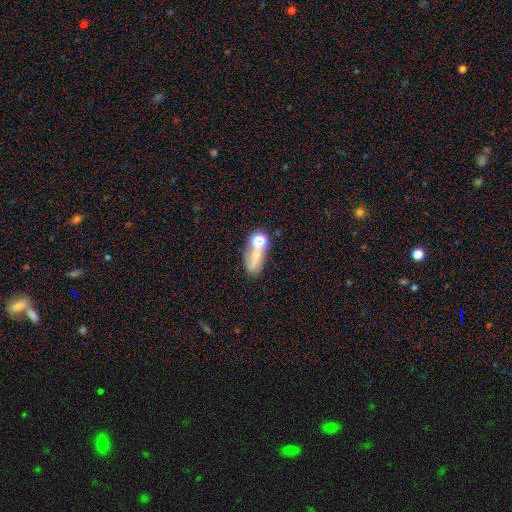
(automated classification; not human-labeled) Overall: smooth (53%; featured or disk 25%). How rounded: in between (68%). Merging: none (39%; merger 32%).